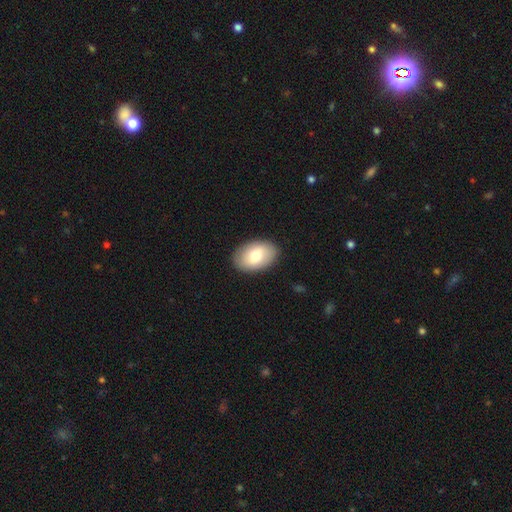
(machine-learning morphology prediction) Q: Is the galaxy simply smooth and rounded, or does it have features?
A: smooth — 73%.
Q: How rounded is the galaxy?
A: in between — 89%.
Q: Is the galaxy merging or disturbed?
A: none — 90%.